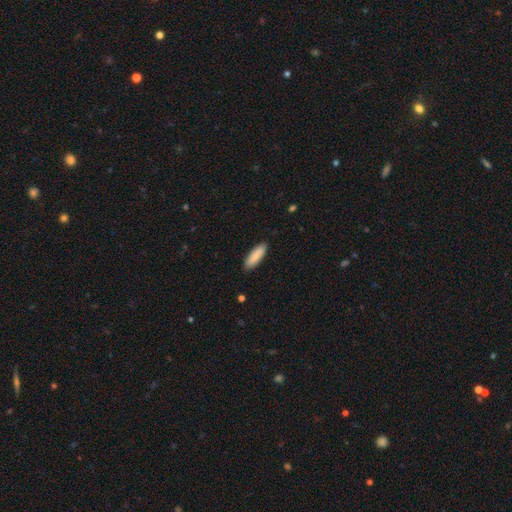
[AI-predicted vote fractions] A smooth galaxy with no disk features (86%) that is in between round and cigar-shaped (51%).

Vote fractions:
- Smooth or featured? smooth: 86% / featured or disk: 8% / star or artifact: 5%
- How rounded? in between: 51% / cigar-shaped: 47% / round: 2%
- Merging? none: 89% / minor disturbance: 9% / major disturbance: 2% / merger: 1%